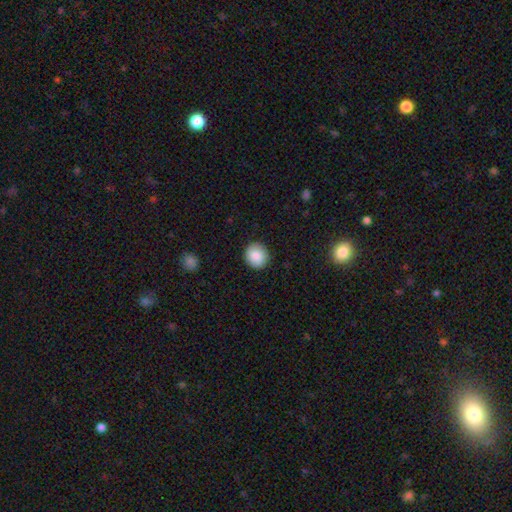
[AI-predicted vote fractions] Morphology: type=smooth (85%); roundness=round (89%); merging=none (90%).